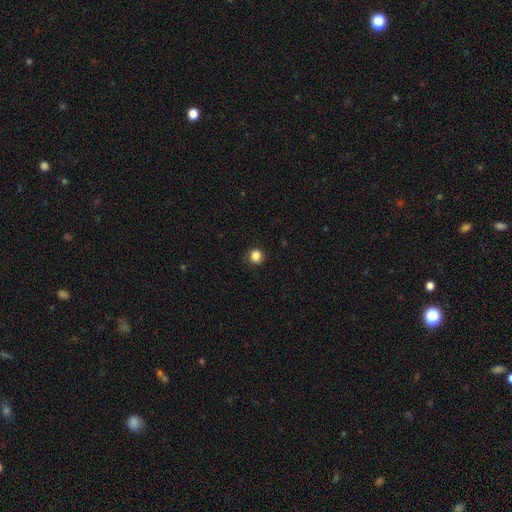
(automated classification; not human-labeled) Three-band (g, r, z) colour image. It shows a smooth galaxy with no disk features (85%) that is round (93%). Merging: none (90%).